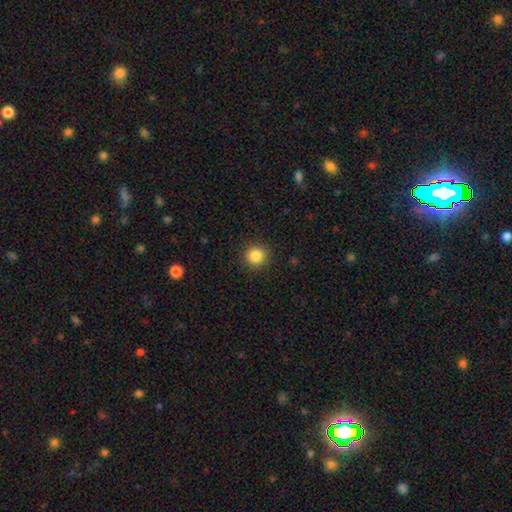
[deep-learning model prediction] Smooth or featured? Predicted: smooth (p=0.85). How rounded? Predicted: round (p=0.94). Merging? Predicted: none (p=0.91).